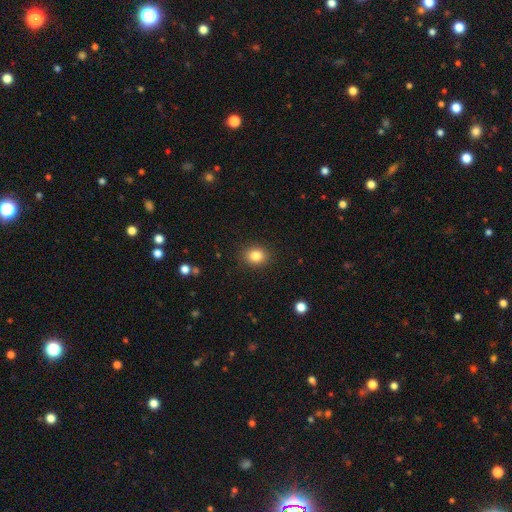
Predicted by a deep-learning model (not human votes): smooth 84%, star or artifact 10%, featured or disk 6%. Down the decision tree: how rounded — round (57%); merging — none (89%).